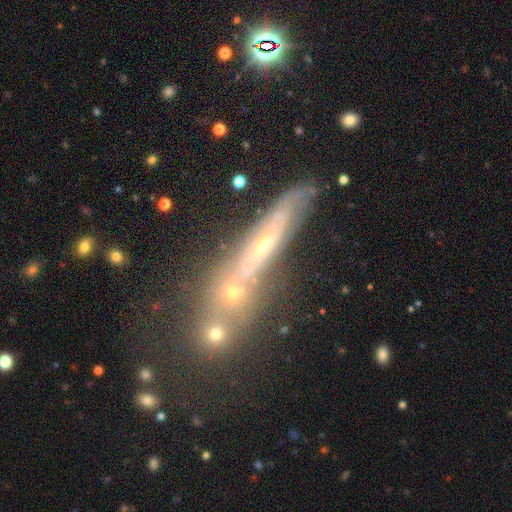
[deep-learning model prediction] smooth-or-featured: featured or disk: 58% | smooth: 24% | star or artifact: 18%
  disk-edge-on: yes: 71% | no: 29%
  merging: none: 53% | merger: 23% | minor disturbance: 15% | major disturbance: 8%